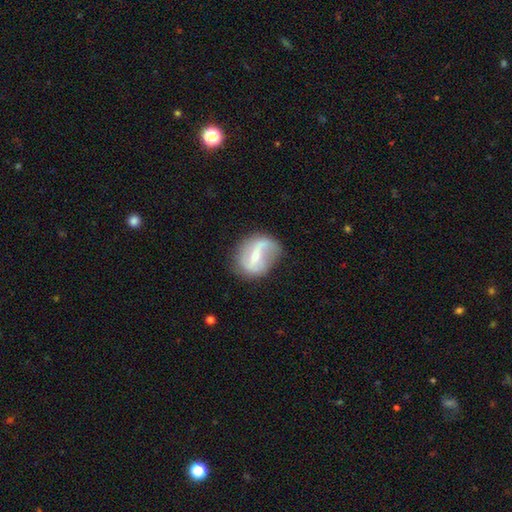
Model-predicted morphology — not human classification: Overall: featured or disk (72%). Edge-on disk: no (96%). Bar: weak (40%, tied with strong). Spiral arms: yes (83%). Spiral arm count: 2 (71%). Spiral winding: loose (66%). Bulge size: small (53%; moderate 42%). Merging: none (62%; minor disturbance 23%).